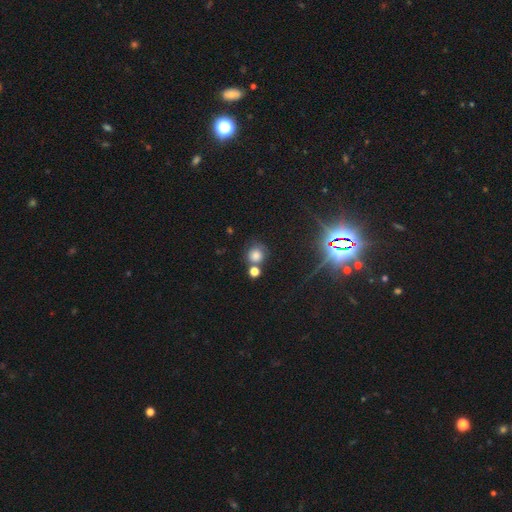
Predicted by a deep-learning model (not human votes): smooth-or-featured: smooth: 72% | star or artifact: 18% | featured or disk: 11%
  how-rounded: round: 88% | in between: 11% | cigar-shaped: 1%
  merging: none: 59% | merger: 22% | minor disturbance: 13% | major disturbance: 6%